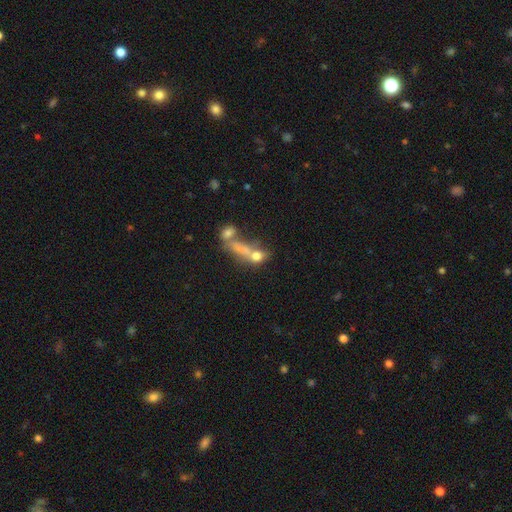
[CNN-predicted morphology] This appears to be a smooth galaxy with no disk features (62%) that is in between round and cigar-shaped (48%). Merging: merger (50%).